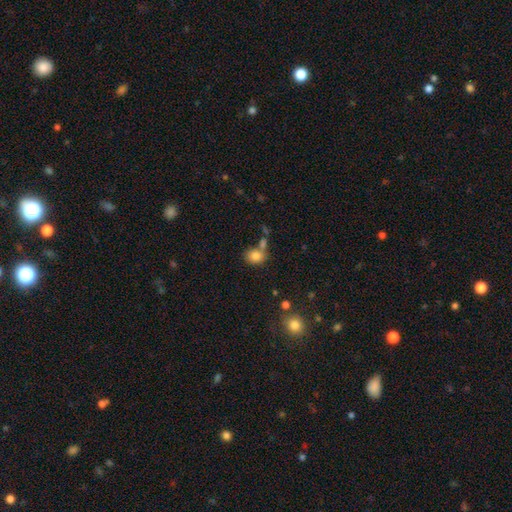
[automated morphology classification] This appears to be a smooth galaxy with no disk features (82%) that is round (50%). Merging: none (55%).